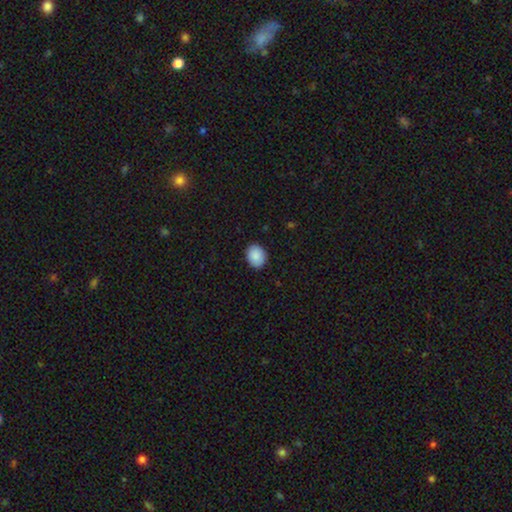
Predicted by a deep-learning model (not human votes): smooth 89%, star or artifact 7%, featured or disk 4%. Down the decision tree: how rounded — in between (53%); merging — none (88%).